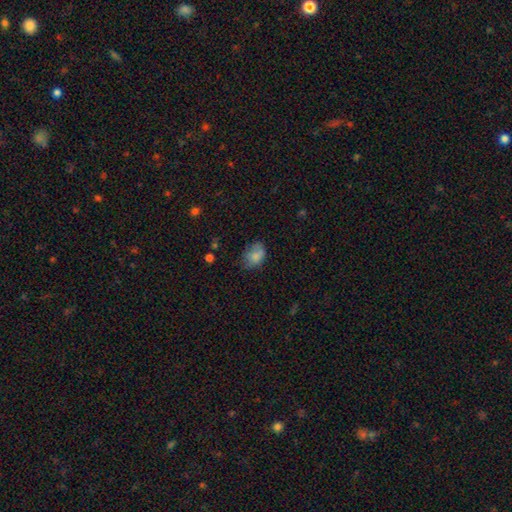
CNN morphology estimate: This is likely a smooth galaxy (79%). How rounded: likely in between (78%). Merging: possibly none (57%).